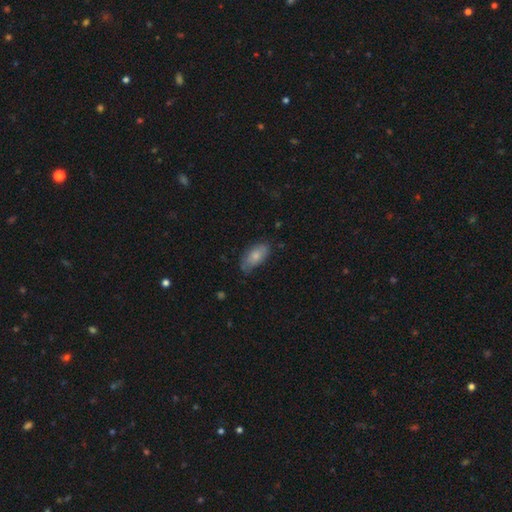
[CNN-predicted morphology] smooth 77%, featured or disk 16%, star or artifact 6%. Down the decision tree: how rounded — in between (89%); merging — none (67%).